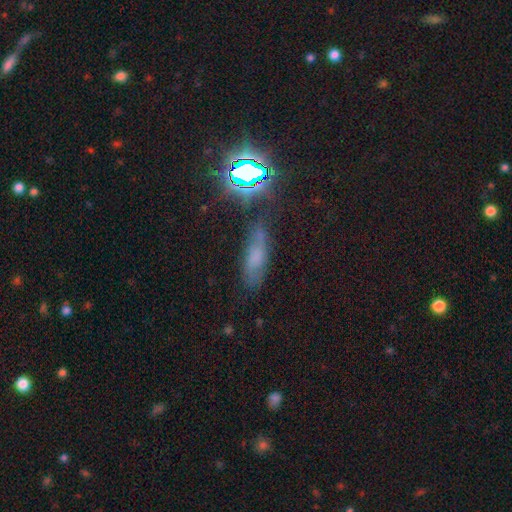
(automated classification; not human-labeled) This is marginally a smooth galaxy (43%). Merging: likely none (61%).